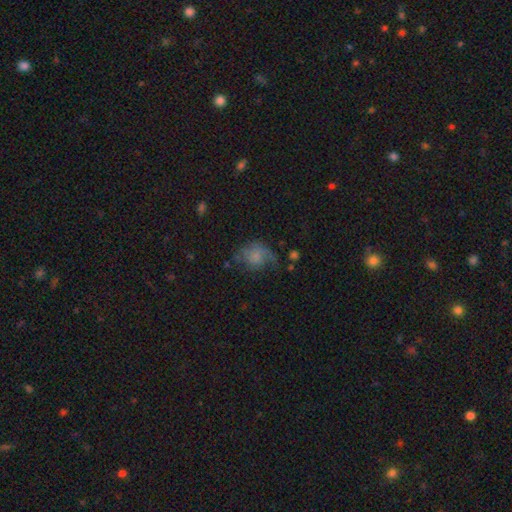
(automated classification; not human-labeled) Morphology: type=smooth (52%); roundness=round (51%); merging=none (38%).